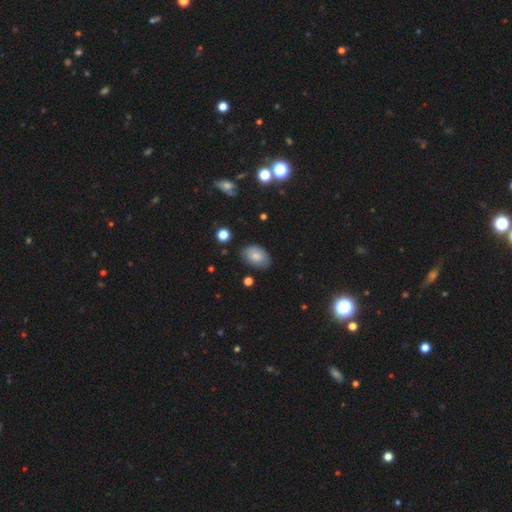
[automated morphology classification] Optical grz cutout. It shows a smooth galaxy with no disk features (78%) that is in between round and cigar-shaped (88%). Merging: none (76%).